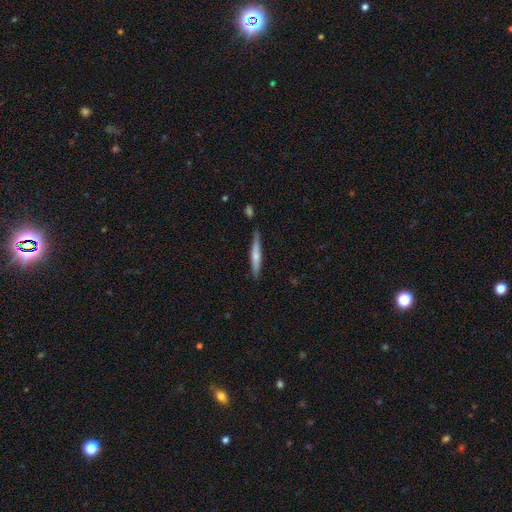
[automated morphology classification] The model was most divided on "smooth or featured": smooth: 58%, featured or disk: 36%, star or artifact: 6%. More confident: how rounded — cigar-shaped (93%); merging — none (82%).